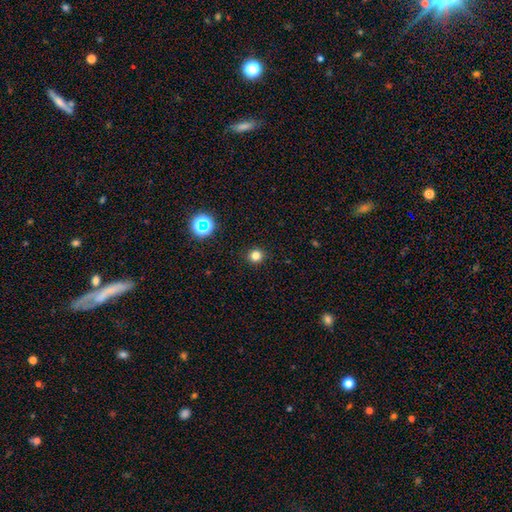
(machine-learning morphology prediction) type=smooth (79%); roundness=round (93%); merging=none (92%).